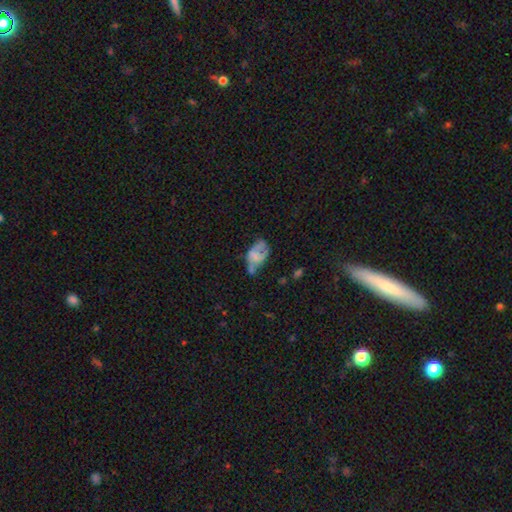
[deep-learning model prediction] This is possibly a smooth galaxy (47%). Merging: marginally major disturbance (31%).